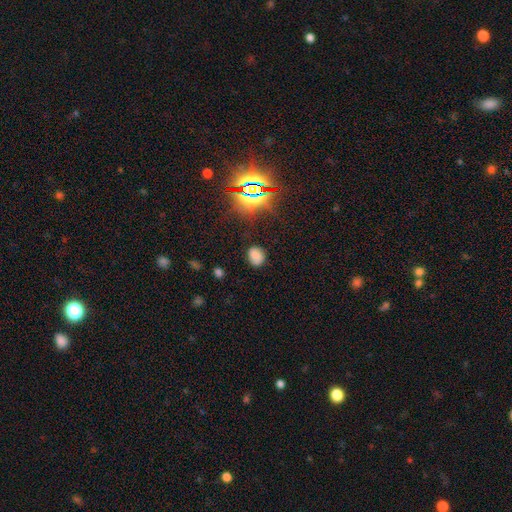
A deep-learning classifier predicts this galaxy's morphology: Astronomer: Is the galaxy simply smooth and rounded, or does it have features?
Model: smooth — 73%.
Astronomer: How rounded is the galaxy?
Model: in between — 62%.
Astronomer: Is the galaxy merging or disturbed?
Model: none — 82%.